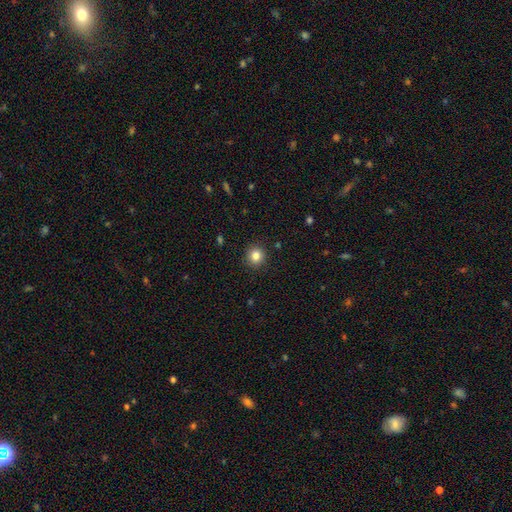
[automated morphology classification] smooth_or_featured: smooth (p=0.84) [alt: star or artifact p=0.11]
how_rounded: round (p=0.92) [alt: in between p=0.07]
merging: none (p=0.91) [alt: minor disturbance p=0.06]